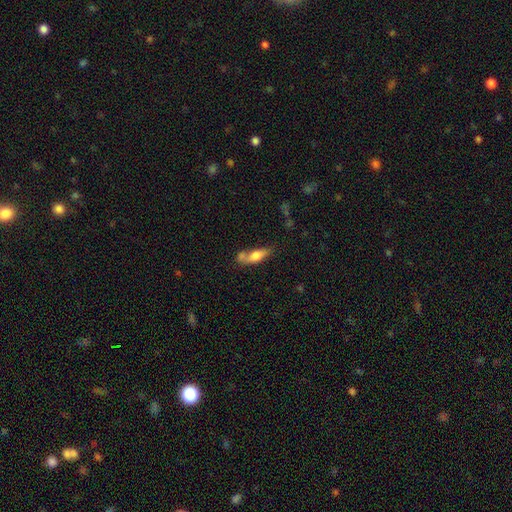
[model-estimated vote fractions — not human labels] Smooth or featured? Predicted: smooth (p=0.65). How rounded? Predicted: in between (p=0.56). Merging? Predicted: none (p=0.43).